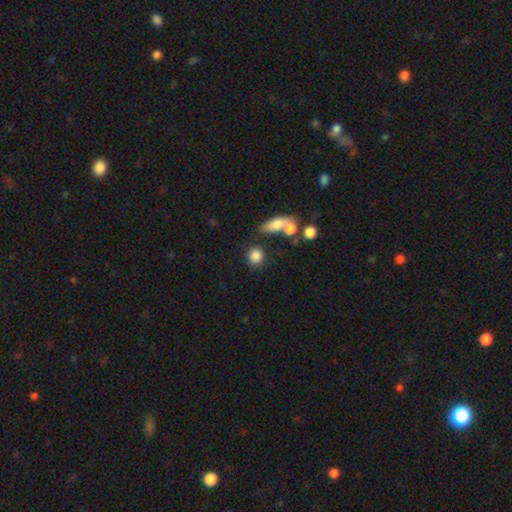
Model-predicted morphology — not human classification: Smooth or featured? Predicted: smooth (p=0.84). How rounded? Predicted: round (p=0.77). Merging? Predicted: none (p=0.71).